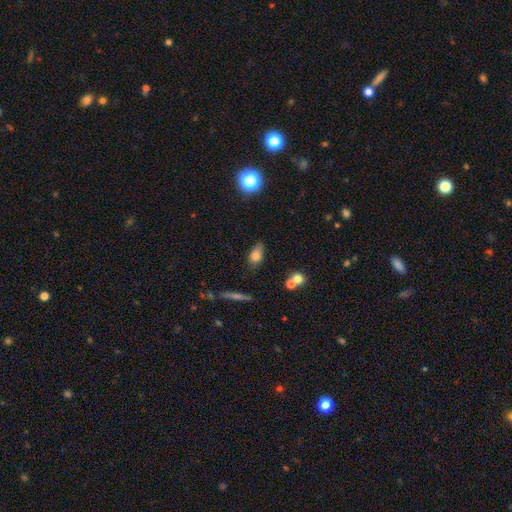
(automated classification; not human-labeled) Overall: smooth (76%). How rounded: in between (82%). Merging: none (54%; minor disturbance 30%).